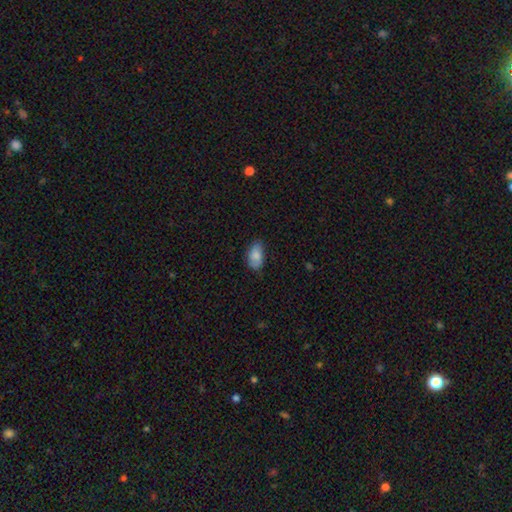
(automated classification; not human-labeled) A smooth galaxy with no disk features (83%) that is in between round and cigar-shaped (93%). Merging: none (73%).